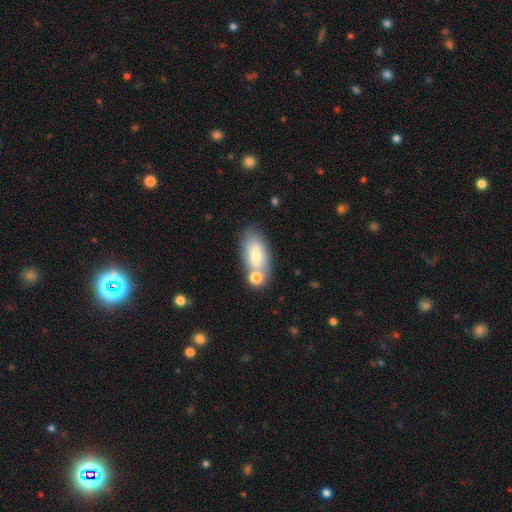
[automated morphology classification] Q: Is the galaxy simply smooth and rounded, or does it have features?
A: smooth — 73%.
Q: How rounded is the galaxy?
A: in between — 89%.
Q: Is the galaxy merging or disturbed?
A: none — 54%.